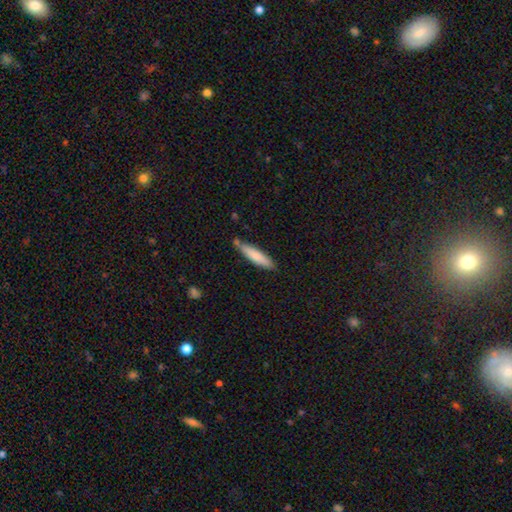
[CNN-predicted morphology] The model was most divided on "merging": none: 74%, minor disturbance: 17%, merger: 7%, major disturbance: 3%. More confident: how rounded — cigar-shaped (82%); smooth or featured — smooth (79%).